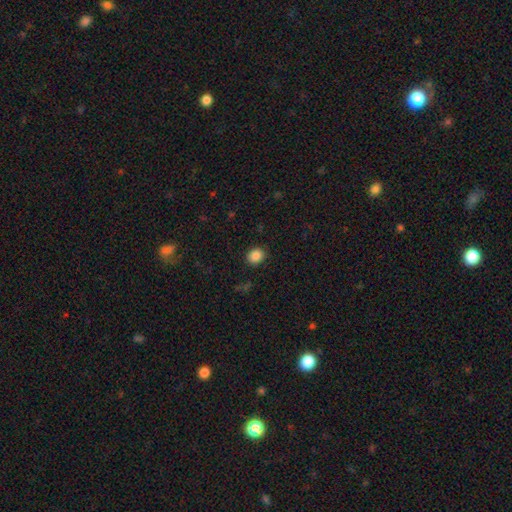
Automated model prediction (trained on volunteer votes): A smooth galaxy with no disk features (86%) that is round (63%).

Vote fractions:
- Smooth or featured? smooth: 86% / star or artifact: 10% / featured or disk: 4%
- How rounded? round: 63% / in between: 36% / cigar-shaped: 1%
- Merging? none: 90% / minor disturbance: 7% / major disturbance: 2% / merger: 1%